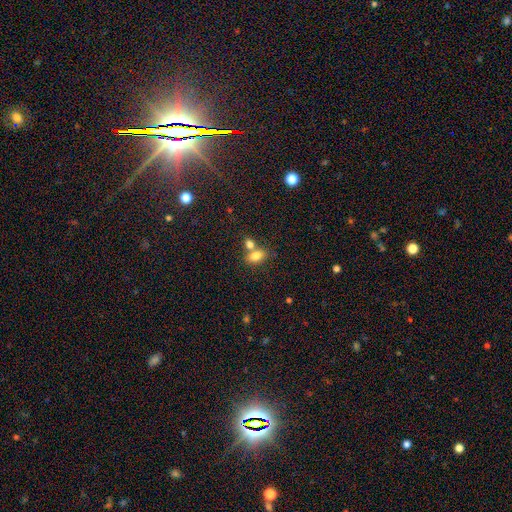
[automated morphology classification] Smooth or featured? smooth (81%)
How rounded? in between (86%)
Merging? none (47%)